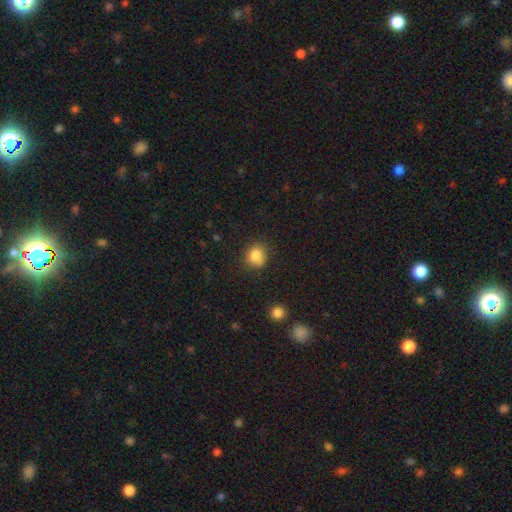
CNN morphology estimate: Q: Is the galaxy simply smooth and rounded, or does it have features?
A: smooth — 84%.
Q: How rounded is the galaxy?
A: round — 80%.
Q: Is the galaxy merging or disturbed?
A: none — 75%.